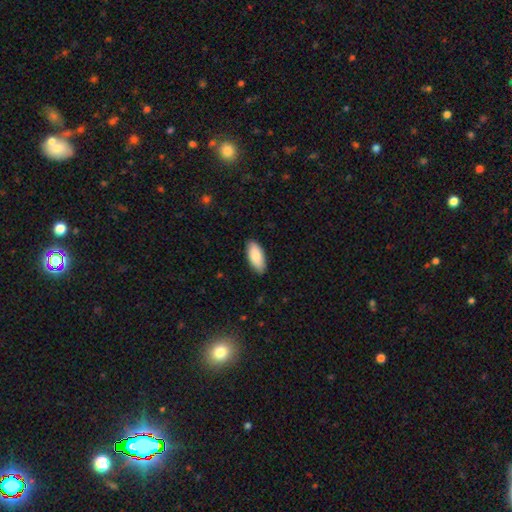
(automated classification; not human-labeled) smooth-or-featured: smooth: 87% | featured or disk: 7% | star or artifact: 5%
  how-rounded: in between: 88% | cigar-shaped: 11% | round: 2%
  merging: none: 88% | minor disturbance: 9% | major disturbance: 2% | merger: 1%